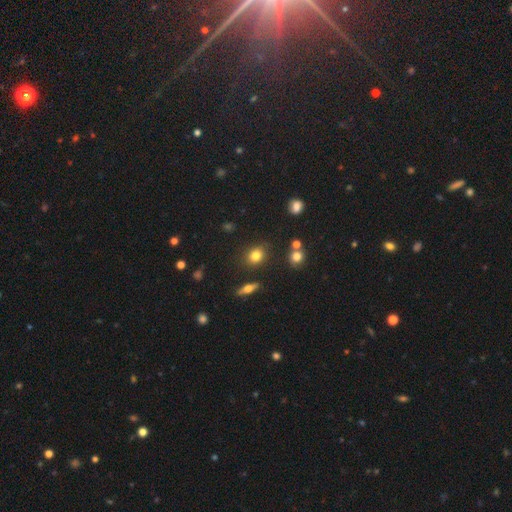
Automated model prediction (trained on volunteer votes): A smooth galaxy with no disk features (79%) that is round (62%). Merging: none (82%).